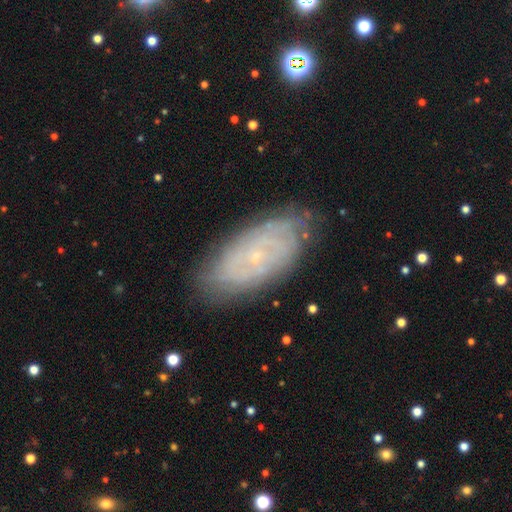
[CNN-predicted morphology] This is likely a featured or disk galaxy (72%). It is clearly not viewed edge-on (91%). Bar: likely no (78%). Spiral arm pattern: clearly yes (85%). Spiral arm count: possibly can't tell (58%). Spiral winding: likely tight (78%). Central bulge: clearly small (87%). Merging: clearly none (80%).